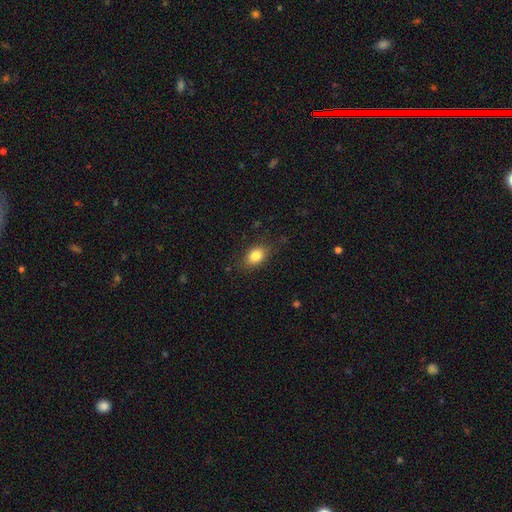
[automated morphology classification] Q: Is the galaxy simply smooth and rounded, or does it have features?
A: smooth — 83%.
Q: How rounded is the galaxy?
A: in between — 78%.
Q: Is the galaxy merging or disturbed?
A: none — 81%.